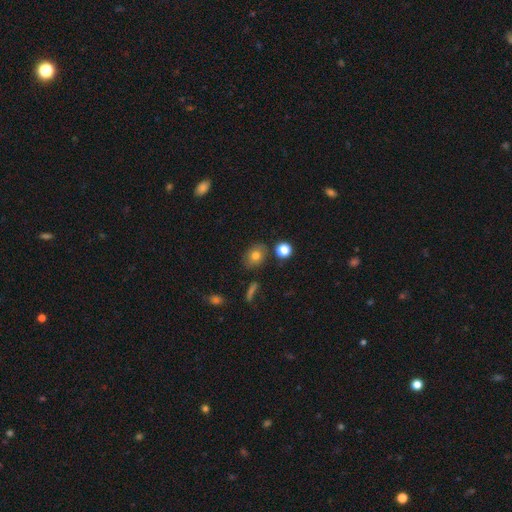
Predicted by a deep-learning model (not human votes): Smooth or featured? Predicted: smooth (p=0.76). How rounded? Predicted: in between (p=0.51). Merging? Predicted: none (p=0.80).